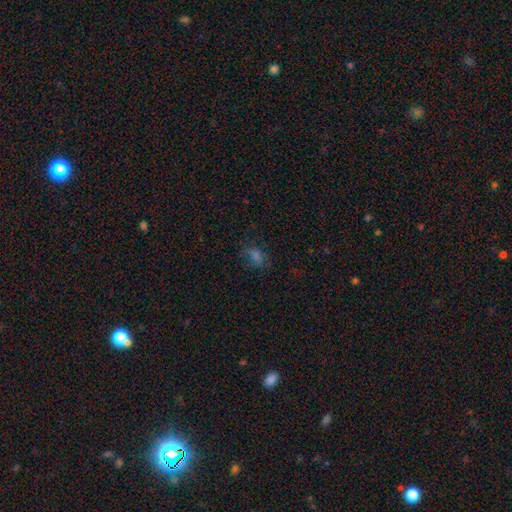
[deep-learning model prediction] A smooth galaxy with no disk features (58%) that is in between round and cigar-shaped (77%).

Vote fractions:
- Smooth or featured? smooth: 58% / star or artifact: 28% / featured or disk: 14%
- How rounded? in between: 77% / round: 18% / cigar-shaped: 5%
- Merging? none: 73% / minor disturbance: 17% / major disturbance: 8% / merger: 2%